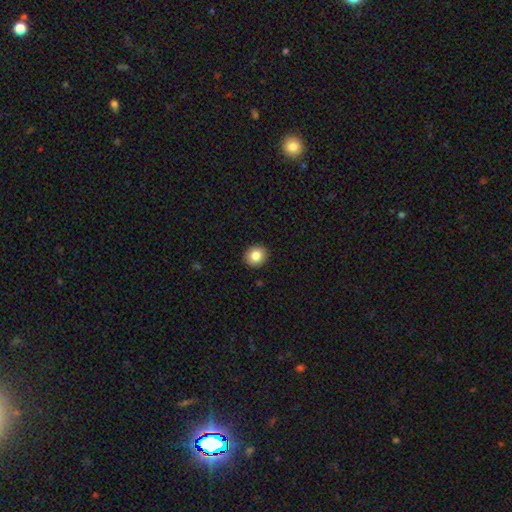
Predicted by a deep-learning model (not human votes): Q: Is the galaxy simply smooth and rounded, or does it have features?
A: smooth — 84%.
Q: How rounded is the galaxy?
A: round — 80%.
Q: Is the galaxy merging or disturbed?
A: none — 92%.